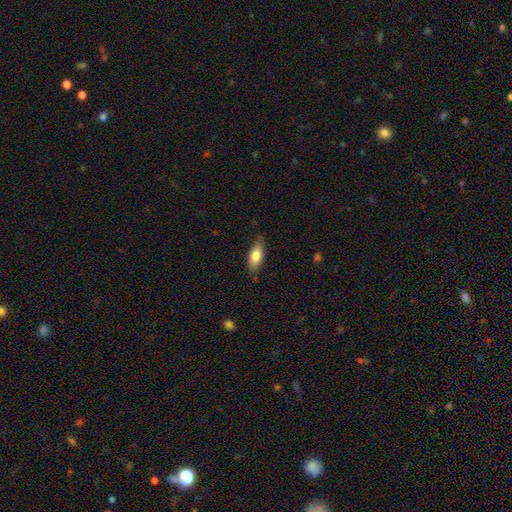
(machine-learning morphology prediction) Smooth or featured? Predicted: smooth (p=0.78). How rounded? Predicted: in between (p=0.76). Merging? Predicted: none (p=0.81).